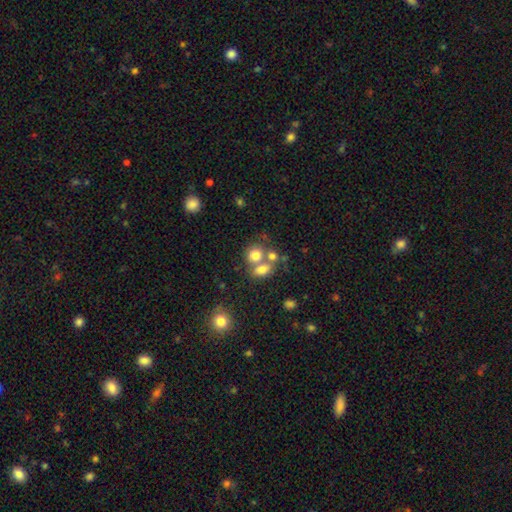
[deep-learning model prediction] A smooth galaxy with no disk features (73%) that is round (66%). Merging: merger (46%).